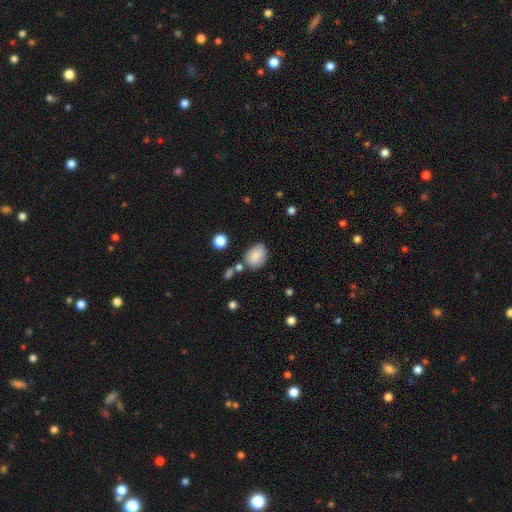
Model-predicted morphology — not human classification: The model was most divided on "how rounded": in between: 71%, round: 28%, cigar-shaped: 1%. More confident: smooth or featured — smooth (81%); merging — none (70%).